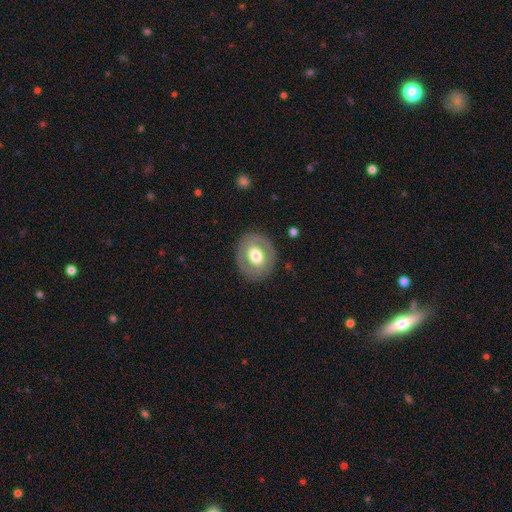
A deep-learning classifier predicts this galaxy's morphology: smooth_or_featured: smooth (p=0.49) [alt: featured or disk p=0.45]
merging: none (p=0.84) [alt: minor disturbance p=0.10]